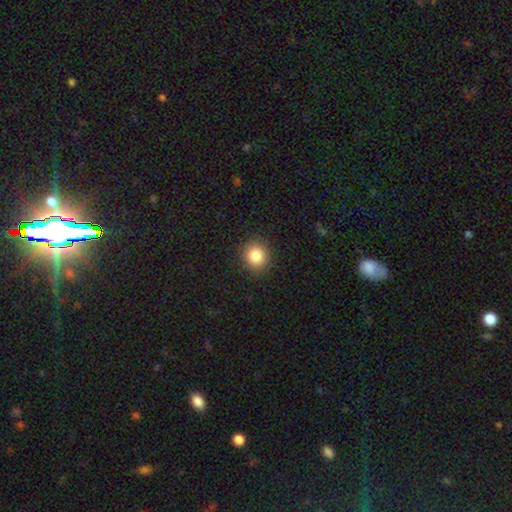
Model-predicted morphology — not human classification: The model was most divided on "how rounded": round: 82%, in between: 17%, cigar-shaped: 1%. More confident: merging — none (90%); smooth or featured — smooth (85%).